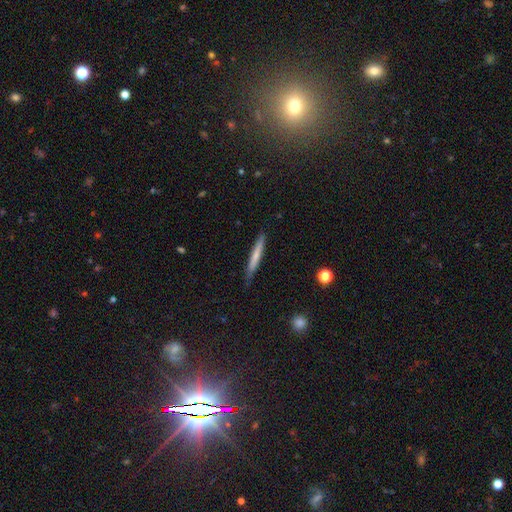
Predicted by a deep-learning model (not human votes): The model was most divided on "smooth or featured": smooth: 60%, featured or disk: 34%, star or artifact: 6%. More confident: how rounded — cigar-shaped (95%); merging — none (80%).